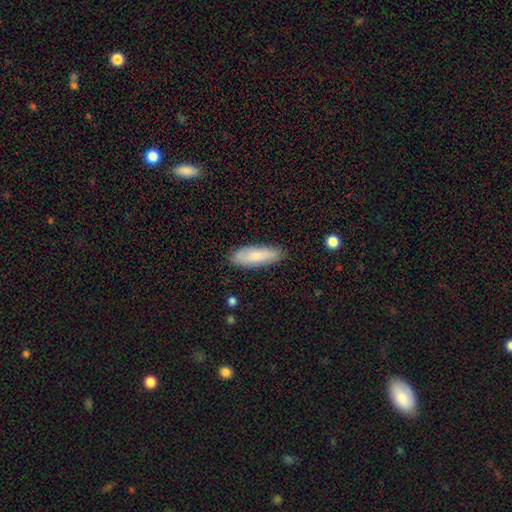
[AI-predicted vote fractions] Smooth or featured: smooth — 78% (featured or disk — 16%)
How rounded: in between — 57% (cigar-shaped — 41%)
Merging: none — 85% (minor disturbance — 12%)